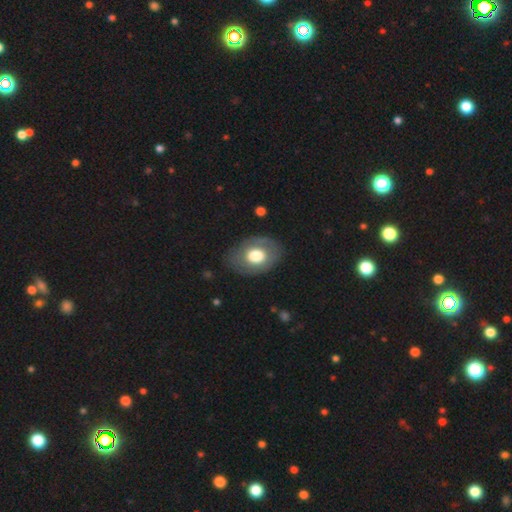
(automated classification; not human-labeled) This is likely a smooth galaxy (61%). How rounded: likely in between (76%). Merging: likely none (77%).